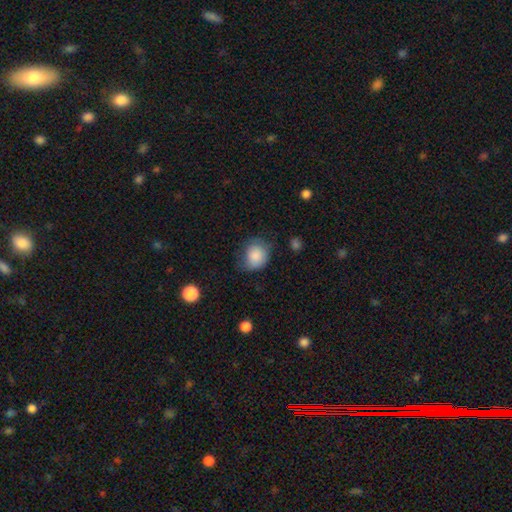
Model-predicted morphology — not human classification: smooth_or_featured: smooth (p=0.85) [alt: featured or disk p=0.08]
how_rounded: round (p=0.70) [alt: in between p=0.29]
merging: none (p=0.54) [alt: minor disturbance p=0.33]